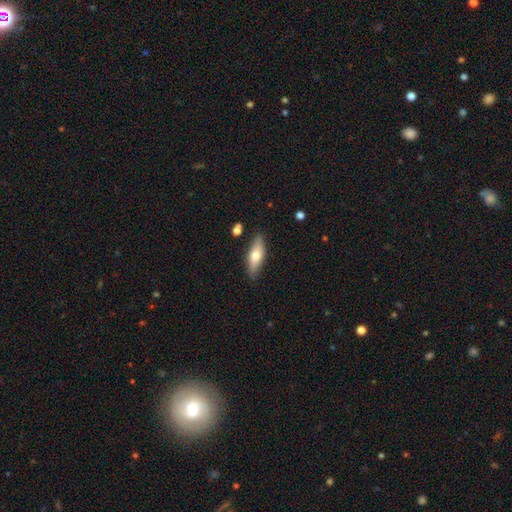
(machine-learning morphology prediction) Smooth or featured? Predicted: smooth (p=0.64). How rounded? Predicted: in between (p=0.55). Merging? Predicted: none (p=0.84).